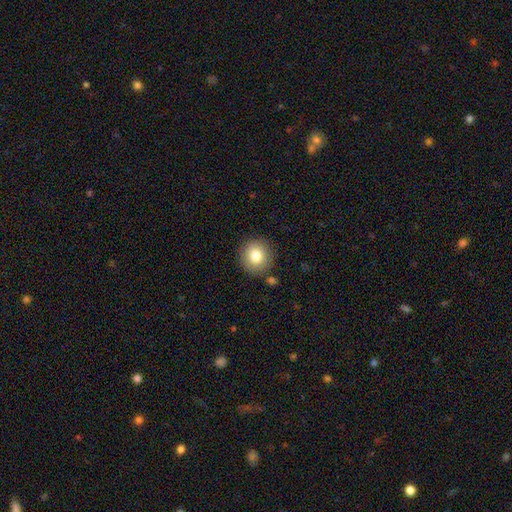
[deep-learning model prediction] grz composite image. It shows a smooth galaxy with no disk features (81%) that is round (91%). Merging: none (87%).